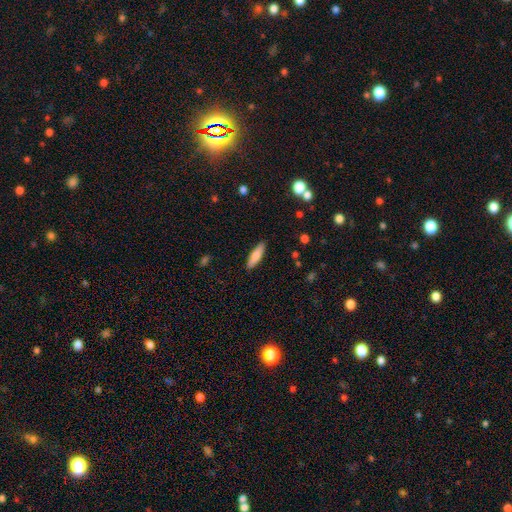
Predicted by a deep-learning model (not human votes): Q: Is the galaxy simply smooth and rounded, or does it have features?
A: smooth — 74%.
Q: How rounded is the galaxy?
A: cigar-shaped — 65%.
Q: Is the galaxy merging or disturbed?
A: none — 89%.